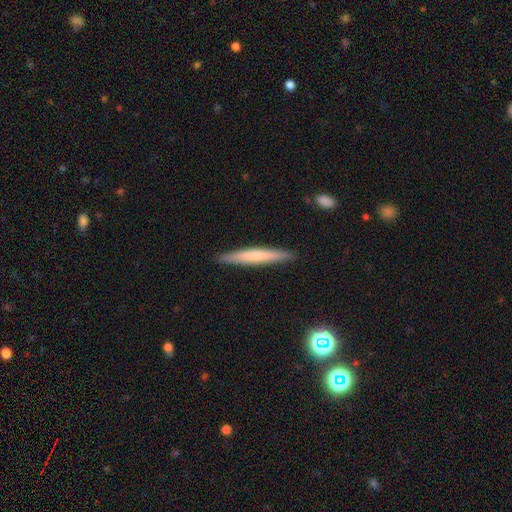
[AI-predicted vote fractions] A smooth galaxy with no disk features (63%) that is cigar-shaped (95%). Merging: none (91%).